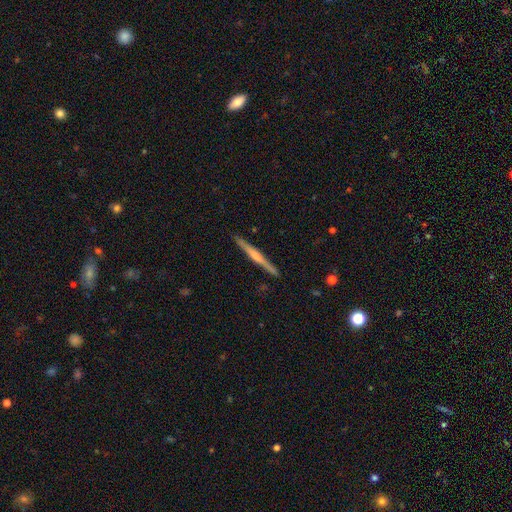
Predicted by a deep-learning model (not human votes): smooth-or-featured: featured or disk: 68% | smooth: 27% | star or artifact: 5%
  disk-edge-on: yes: 98% | no: 2%
    edge-on-bulge: rounded: 53% | none: 24% | boxy: 23%
  merging: none: 91% | minor disturbance: 7% | major disturbance: 1% | merger: 1%